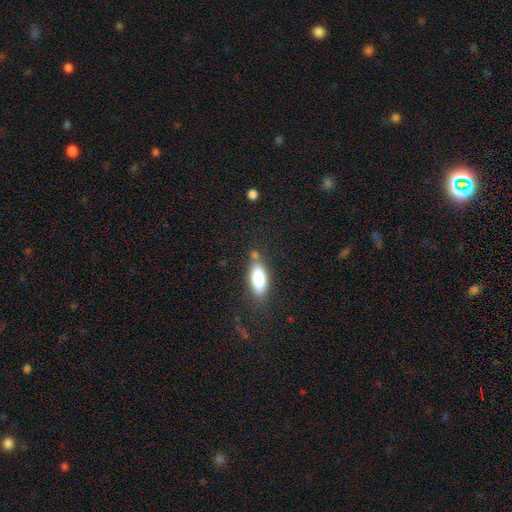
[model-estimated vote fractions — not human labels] Overall: smooth (80%). How rounded: in between (76%). Merging: none (72%).